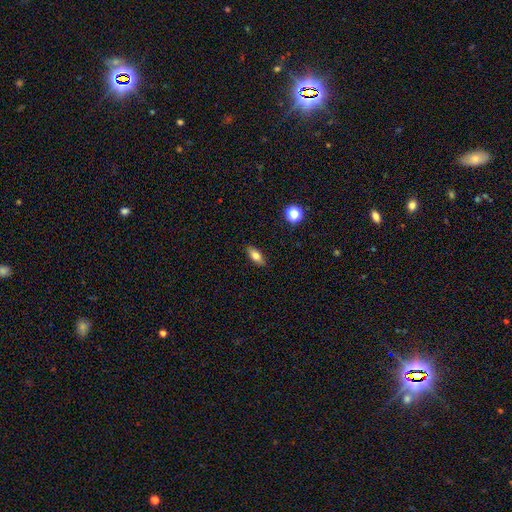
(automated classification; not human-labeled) Smooth or featured? Predicted: smooth (p=0.73). How rounded? Predicted: in between (p=0.76). Merging? Predicted: none (p=0.88).